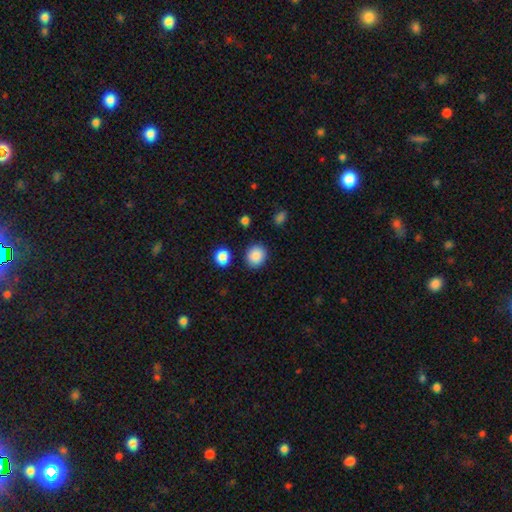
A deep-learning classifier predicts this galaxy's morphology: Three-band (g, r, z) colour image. It shows a smooth galaxy with no disk features (88%) that is round (79%). Merging: none (85%).